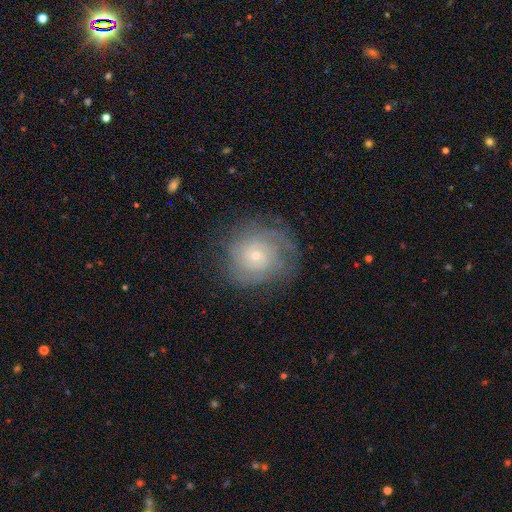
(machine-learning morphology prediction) smooth_or_featured: featured or disk (p=0.64) [alt: smooth p=0.26]
disk_edge_on: no (p=0.97) [alt: yes p=0.03]
bar: no (p=0.80) [alt: weak p=0.17]
has_spiral_arms: yes (p=0.84) [alt: no p=0.16]
spiral_winding: tight (p=0.66) [alt: medium p=0.25]
spiral_arm_count: can't tell (p=0.48) [alt: 2 p=0.23]
bulge_size: small (p=0.75) [alt: moderate p=0.21]
merging: none (p=0.74) [alt: minor disturbance p=0.16]